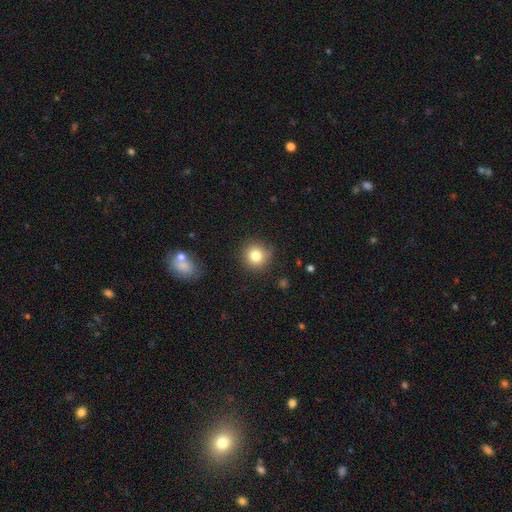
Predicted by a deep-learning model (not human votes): Smooth or featured? smooth (80%)
How rounded? round (93%)
Merging? none (87%)